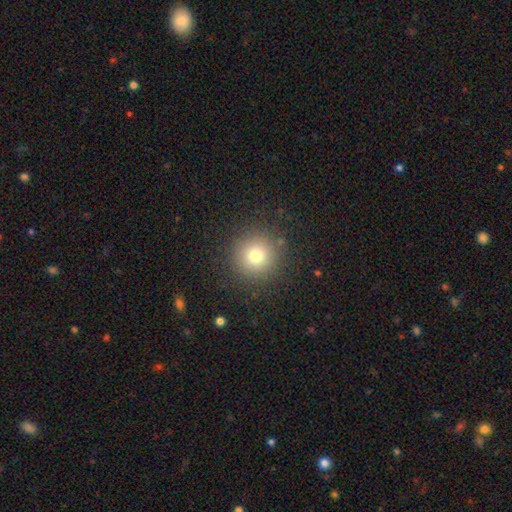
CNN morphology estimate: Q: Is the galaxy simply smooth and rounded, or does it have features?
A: smooth — 75%.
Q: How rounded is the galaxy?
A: round — 95%.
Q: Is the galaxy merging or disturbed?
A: none — 89%.